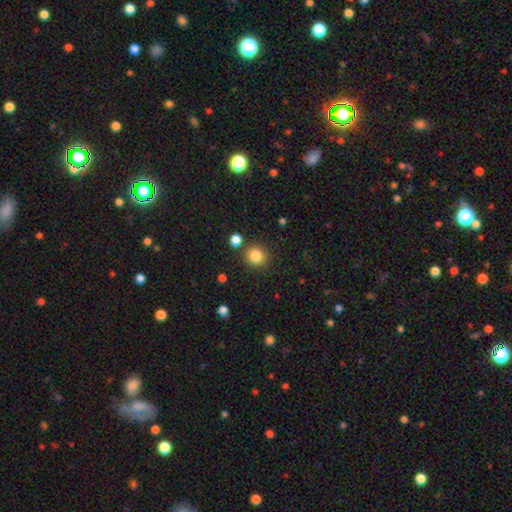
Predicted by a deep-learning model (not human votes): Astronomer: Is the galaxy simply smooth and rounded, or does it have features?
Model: smooth — 84%.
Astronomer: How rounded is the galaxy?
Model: round — 88%.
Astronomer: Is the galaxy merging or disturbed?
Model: none — 83%.